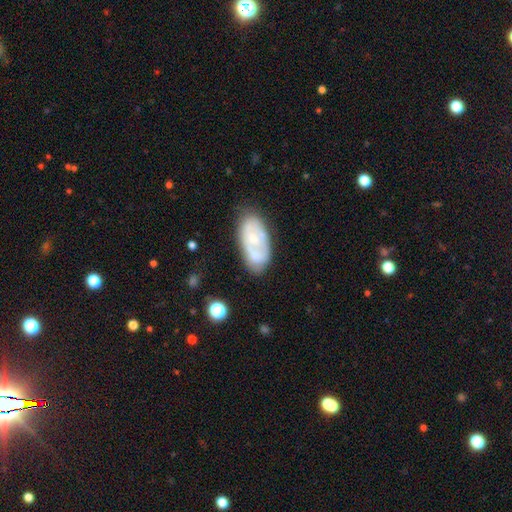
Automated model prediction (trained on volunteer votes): featured or disk 52%, smooth 42%, star or artifact 6%. Down the decision tree: edge-on disk — no (94%); merging — none (61%).